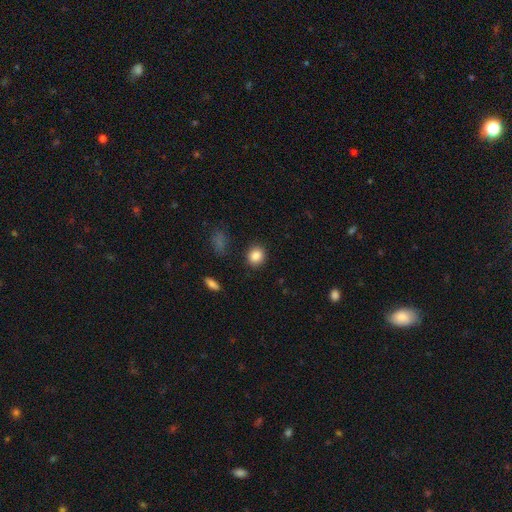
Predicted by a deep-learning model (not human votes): A smooth galaxy with no disk features (87%) that is round (71%). Merging: none (87%).